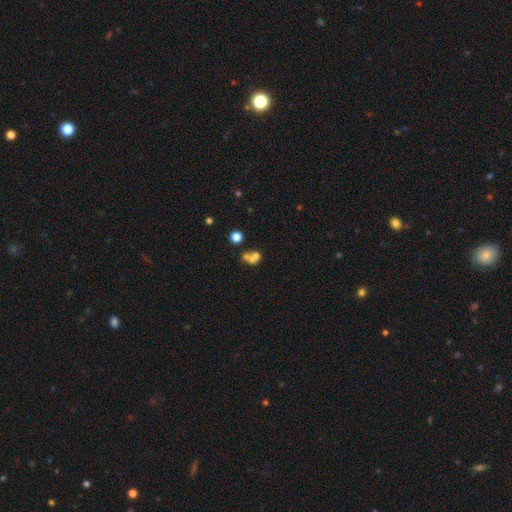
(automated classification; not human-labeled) Morphology: type=smooth (60%); roundness=round (60%); merging=merger (58%).